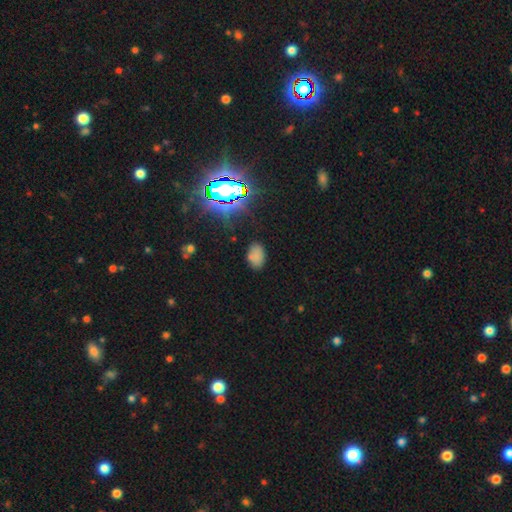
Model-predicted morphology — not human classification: Smooth or featured: smooth — 73% (star or artifact — 20%)
How rounded: in between — 89% (round — 10%)
Merging: none — 77% (minor disturbance — 16%)